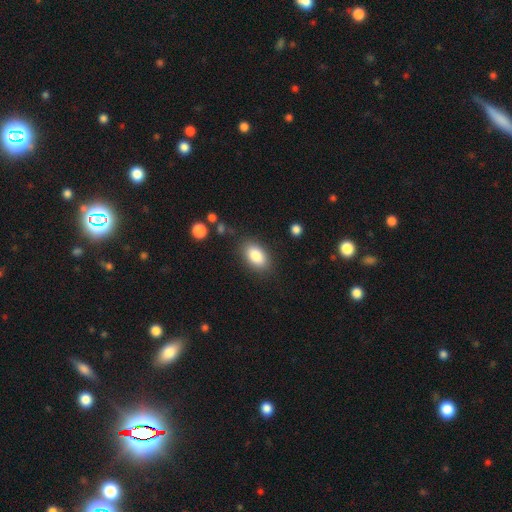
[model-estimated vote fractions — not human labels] Q: Smooth or featured?
A: smooth (84%); runner-up: featured or disk (8%)
Q: How rounded?
A: in between (90%); runner-up: round (8%)
Q: Merging?
A: none (84%); runner-up: minor disturbance (11%)